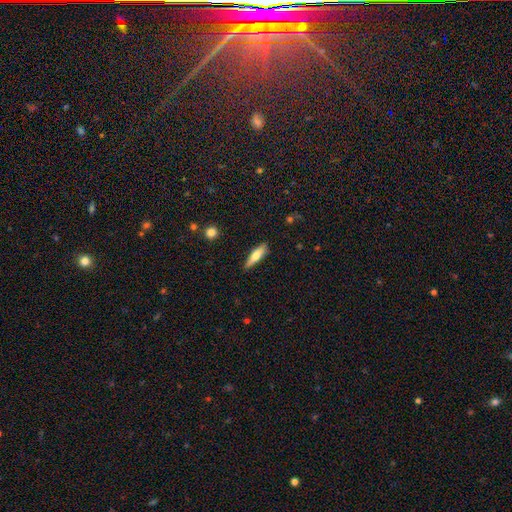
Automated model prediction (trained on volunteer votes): smooth_or_featured: smooth (p=0.57) [alt: featured or disk p=0.37]
how_rounded: cigar-shaped (p=0.69) [alt: in between p=0.29]
merging: none (p=0.87) [alt: minor disturbance p=0.10]